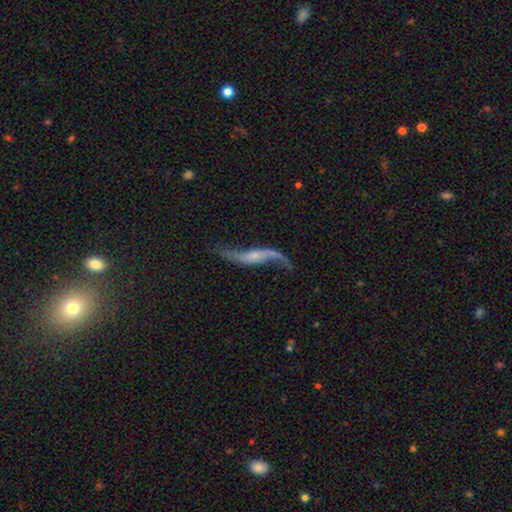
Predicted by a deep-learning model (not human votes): This appears to be a featured or disk galaxy (83%) with no bar (52%), 2 (89%) loose (95%) spiral arms (92%) and a small central bulge (61%). Merging: none (58%).